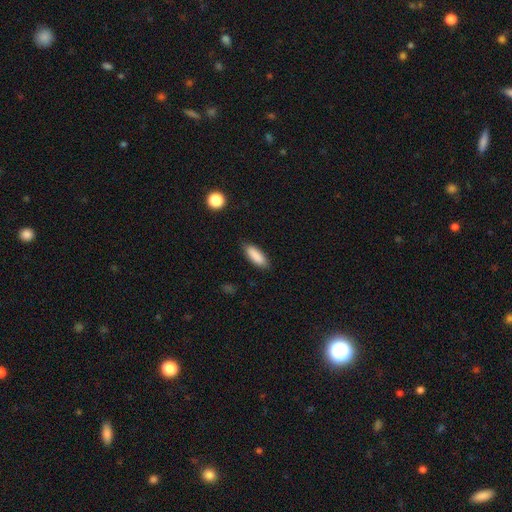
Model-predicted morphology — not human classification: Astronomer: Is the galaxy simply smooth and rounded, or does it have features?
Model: smooth — 88%.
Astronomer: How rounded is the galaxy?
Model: in between — 63%.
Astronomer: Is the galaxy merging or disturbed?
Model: none — 84%.